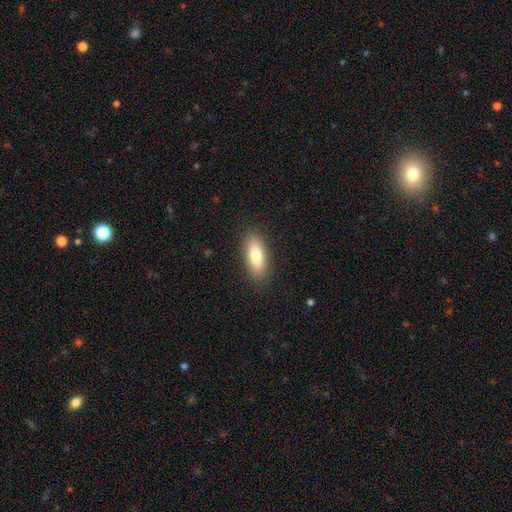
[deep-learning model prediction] Overall: smooth (77%). How rounded: in between (72%). Merging: none (88%).